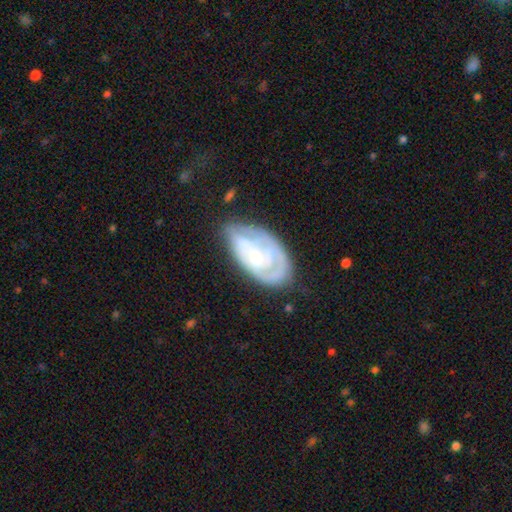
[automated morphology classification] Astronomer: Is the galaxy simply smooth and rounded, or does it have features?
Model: featured or disk — 71%.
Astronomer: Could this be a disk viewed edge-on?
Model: no — 95%.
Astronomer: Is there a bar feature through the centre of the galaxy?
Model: no — 61%.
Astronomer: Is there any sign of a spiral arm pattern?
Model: yes — 75%.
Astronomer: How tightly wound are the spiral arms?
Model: tight — 64%.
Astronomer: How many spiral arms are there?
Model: can't tell — 43% (runner-up: 2, 29%).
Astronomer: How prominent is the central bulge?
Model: small — 54% (runner-up: moderate, 33%).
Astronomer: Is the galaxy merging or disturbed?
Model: none — 51% (runner-up: minor disturbance, 29%).